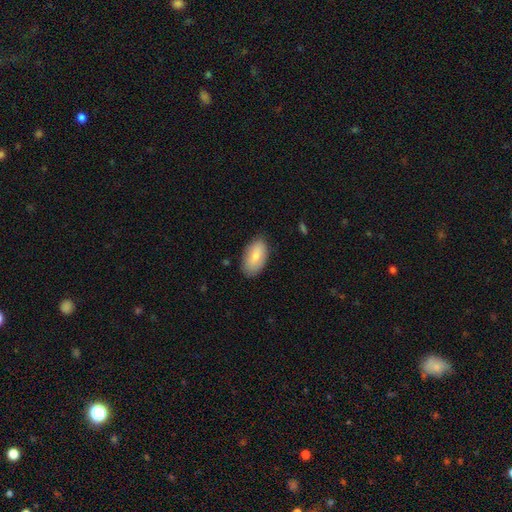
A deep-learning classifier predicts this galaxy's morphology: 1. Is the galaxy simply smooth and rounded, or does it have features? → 83% smooth, 11% featured or disk, 6% star or artifact.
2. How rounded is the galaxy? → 95% in between, 3% round, 2% cigar-shaped.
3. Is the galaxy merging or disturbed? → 82% none, 14% minor disturbance, 3% major disturbance, 1% merger.